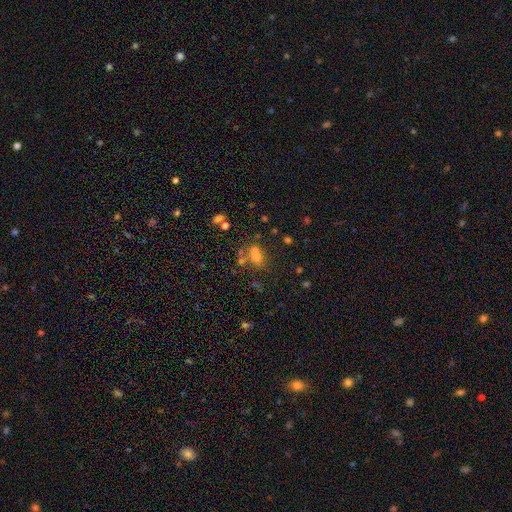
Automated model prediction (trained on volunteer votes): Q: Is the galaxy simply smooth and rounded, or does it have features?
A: smooth — 53%.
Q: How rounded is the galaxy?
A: round — 51%.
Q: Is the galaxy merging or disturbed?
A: merger — 43%.